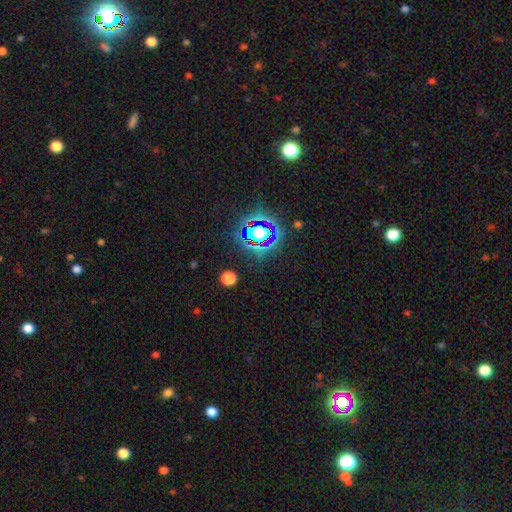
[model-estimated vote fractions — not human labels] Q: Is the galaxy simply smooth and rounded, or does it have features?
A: star or artifact — 80%.